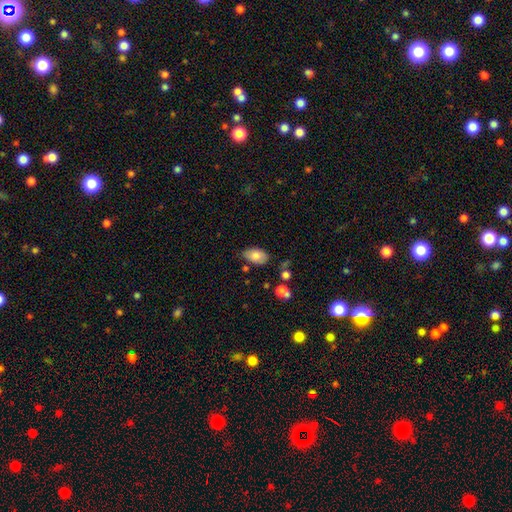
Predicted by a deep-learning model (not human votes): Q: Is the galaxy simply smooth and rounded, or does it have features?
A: smooth — 79%.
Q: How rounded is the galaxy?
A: in between — 92%.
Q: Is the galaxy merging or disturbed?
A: none — 66%.